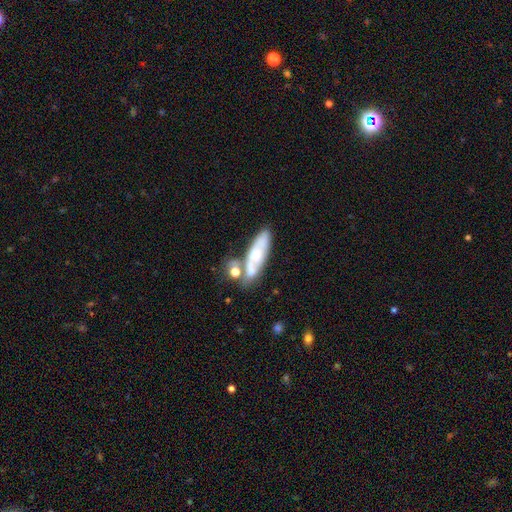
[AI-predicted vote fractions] smooth_or_featured: smooth (p=0.48) [alt: featured or disk p=0.43]
merging: none (p=0.46) [alt: merger p=0.28]